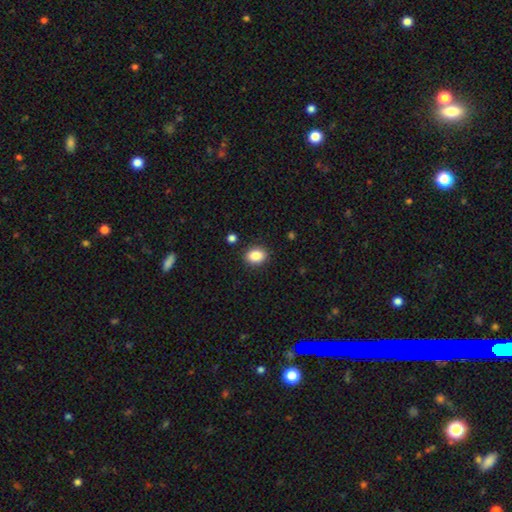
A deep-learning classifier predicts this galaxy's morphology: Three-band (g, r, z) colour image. It shows a smooth galaxy with no disk features (86%) that is in between round and cigar-shaped (62%). Merging: none (88%).